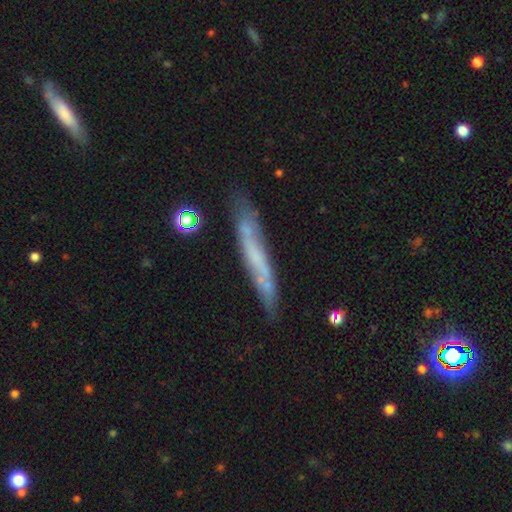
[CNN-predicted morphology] Smooth or featured: featured or disk — 52% (smooth — 39%)
Edge-on disk: yes — 72% (no — 28%)
Merging: none — 70% (minor disturbance — 20%)